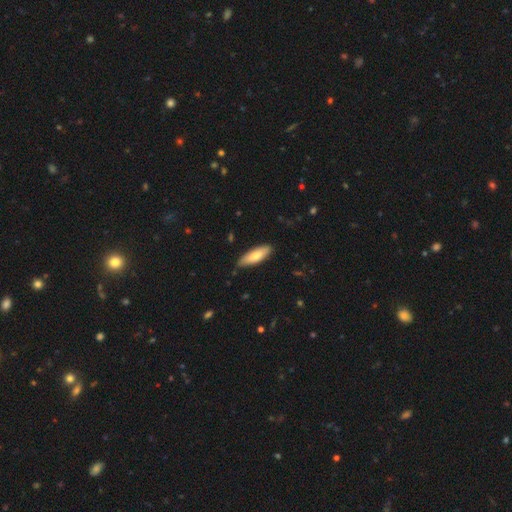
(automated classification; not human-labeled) Smooth or featured? smooth (78%)
How rounded? in between (56%)
Merging? none (83%)